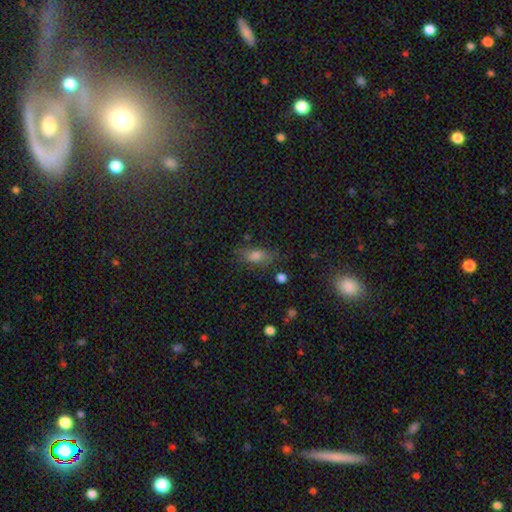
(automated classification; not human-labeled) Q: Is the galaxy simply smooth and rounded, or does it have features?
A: smooth — 67%.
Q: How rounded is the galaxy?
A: in between — 75%.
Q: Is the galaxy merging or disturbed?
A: none — 72%.